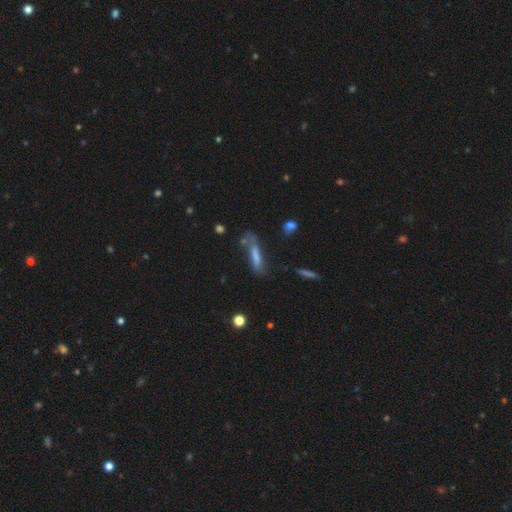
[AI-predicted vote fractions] Overall: smooth (62%; featured or disk 28%). How rounded: cigar-shaped (76%). Merging: none (41%; minor disturbance 26%).